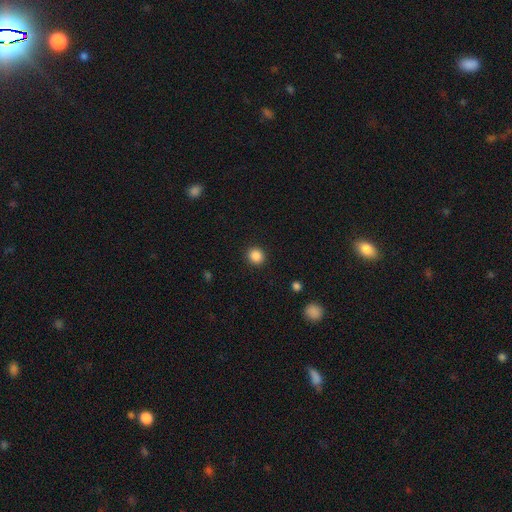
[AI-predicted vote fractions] Morphology: type=smooth (87%); roundness=round (90%); merging=none (92%).